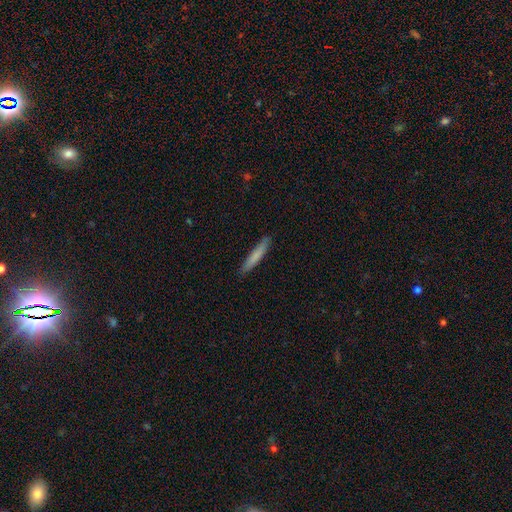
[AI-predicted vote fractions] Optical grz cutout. It shows a smooth galaxy with no disk features (78%) that is cigar-shaped (94%). Merging: none (89%).